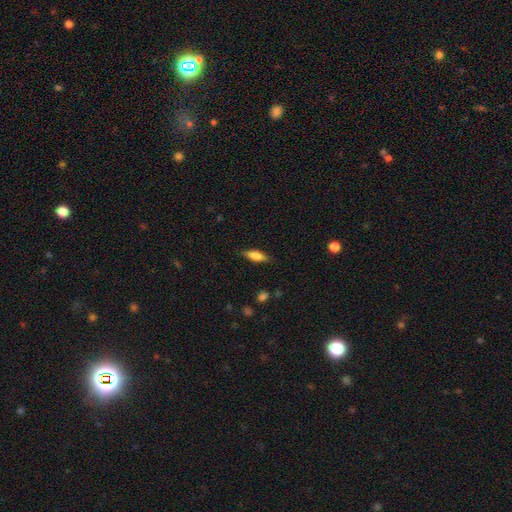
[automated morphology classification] This is likely a smooth galaxy (71%). How rounded: possibly in between (58%). Merging: clearly none (83%).